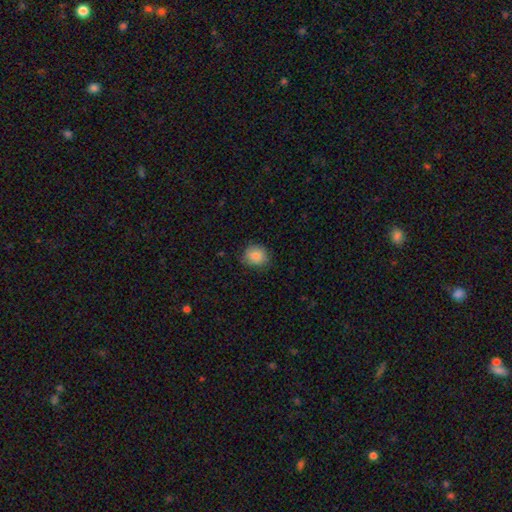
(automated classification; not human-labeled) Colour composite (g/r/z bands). It shows a smooth galaxy with no disk features (84%) that is round (79%). Merging: none (81%).